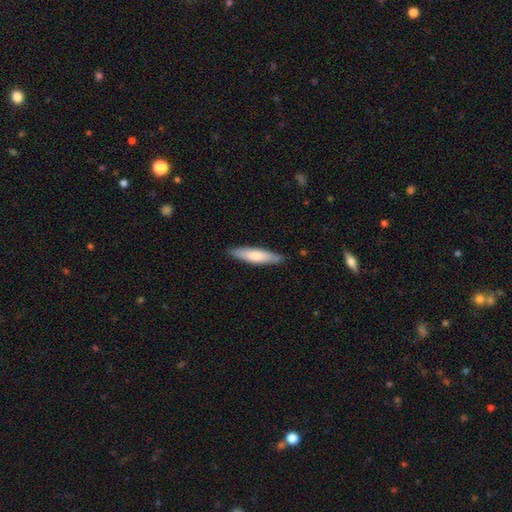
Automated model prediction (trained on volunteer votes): Smooth or featured?
  - smooth: 73% *
  - featured or disk: 23%
  - star or artifact: 5%
How rounded?
  - cigar-shaped: 76% *
  - in between: 23%
  - round: 1%
Merging?
  - none: 88% *
  - minor disturbance: 10%
  - major disturbance: 2%
  - merger: 1%